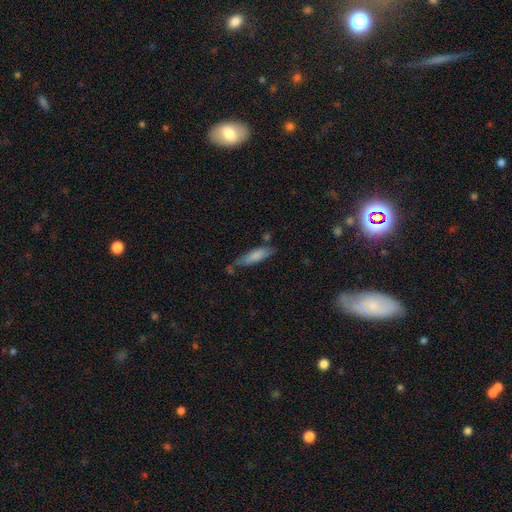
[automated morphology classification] type=smooth (78%); roundness=cigar-shaped (61%); merging=none (58%).